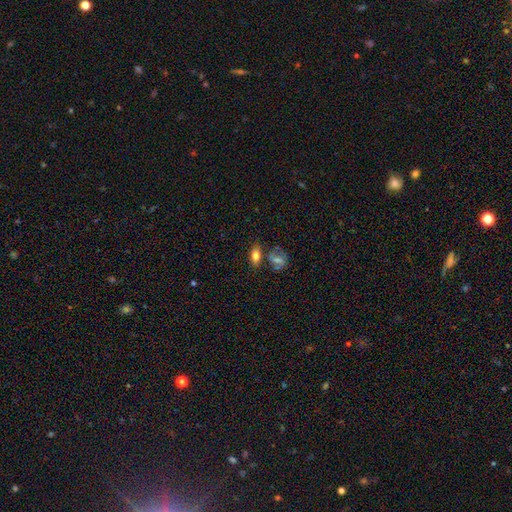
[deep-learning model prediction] This appears to be a smooth galaxy with no disk features (77%) that is in between round and cigar-shaped (85%). Merging: none (66%).